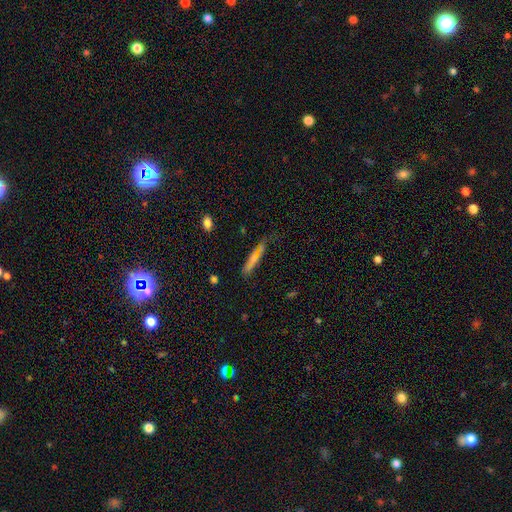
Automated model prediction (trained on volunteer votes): smooth_or_featured: smooth (p=0.52) [alt: featured or disk p=0.36]
how_rounded: cigar-shaped (p=0.89) [alt: in between p=0.08]
merging: none (p=0.62) [alt: minor disturbance p=0.25]